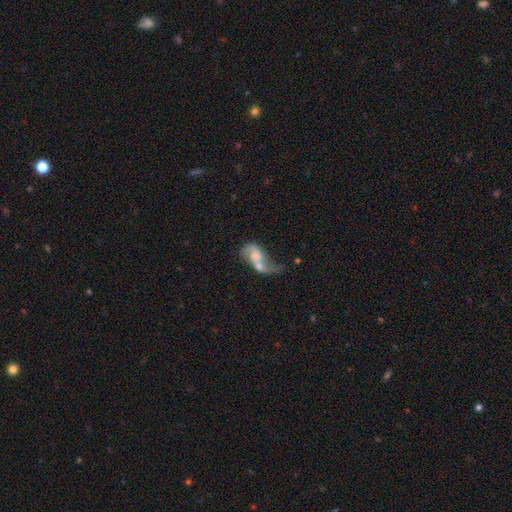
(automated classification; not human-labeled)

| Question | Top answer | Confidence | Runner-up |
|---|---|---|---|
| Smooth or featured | featured or disk | 65% | smooth (26%) |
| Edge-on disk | no | 96% | yes (4%) |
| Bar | no | 64% | weak (29%) |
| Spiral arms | yes | 76% | no (24%) |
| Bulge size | moderate | 42% | small (30%) |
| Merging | merger | 59% | major disturbance (17%) |